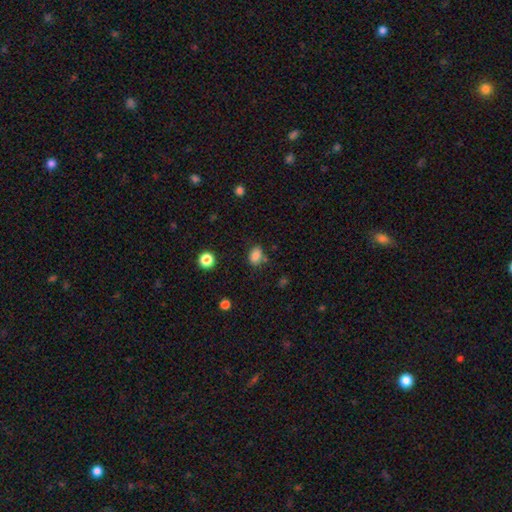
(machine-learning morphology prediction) smooth_or_featured: smooth (p=0.83) [alt: star or artifact p=0.11]
how_rounded: in between (p=0.72) [alt: round p=0.26]
merging: none (p=0.76) [alt: minor disturbance p=0.14]